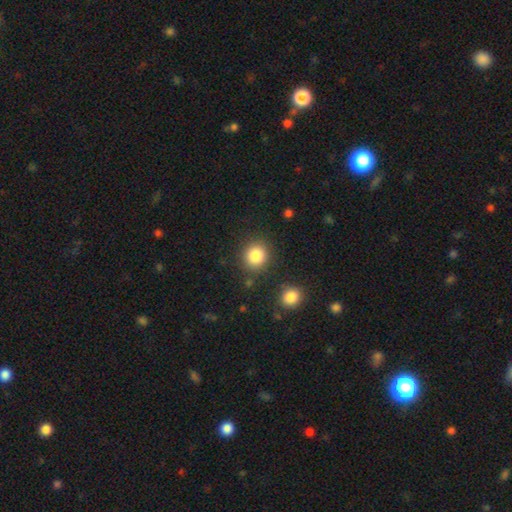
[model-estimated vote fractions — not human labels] This appears to be a smooth galaxy with no disk features (86%) that is round (82%). Merging: none (85%).